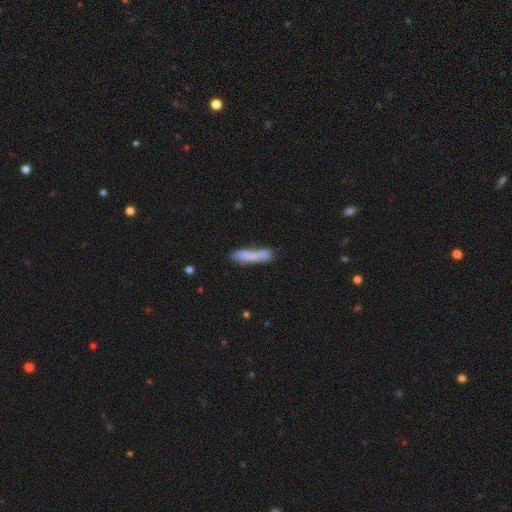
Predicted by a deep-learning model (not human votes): Q: Smooth or featured?
A: smooth (77%); runner-up: featured or disk (17%)
Q: How rounded?
A: cigar-shaped (85%); runner-up: in between (13%)
Q: Merging?
A: none (57%); runner-up: minor disturbance (23%)